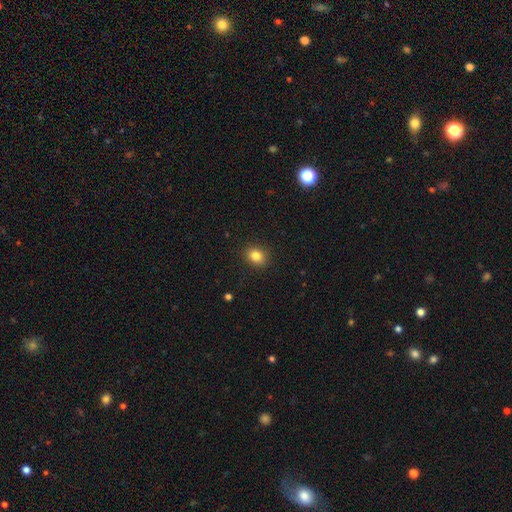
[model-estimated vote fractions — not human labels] Overall: smooth (83%). How rounded: round (53%; in between 46%). Merging: none (90%).